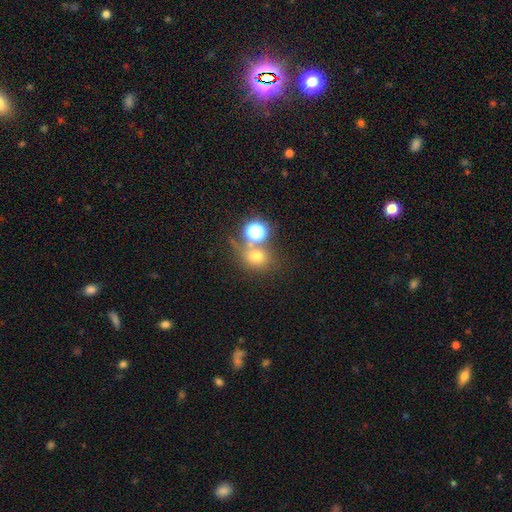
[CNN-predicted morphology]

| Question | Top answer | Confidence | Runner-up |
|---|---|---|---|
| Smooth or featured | smooth | 64% | star or artifact (24%) |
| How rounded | round | 75% | in between (24%) |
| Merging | none | 55% | merger (30%) |